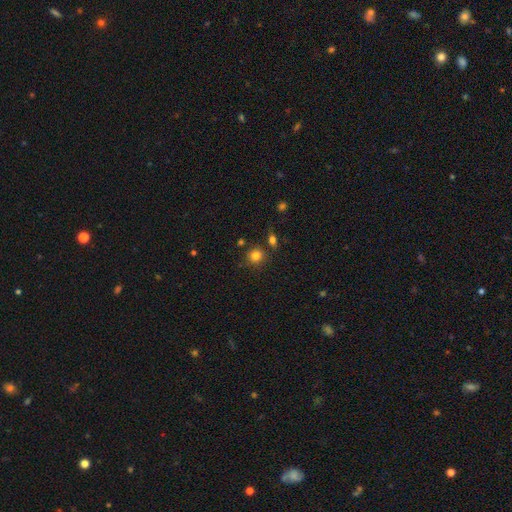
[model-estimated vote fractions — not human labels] smooth_or_featured: smooth (p=0.81) [alt: star or artifact p=0.12]
how_rounded: round (p=0.89) [alt: in between p=0.10]
merging: none (p=0.78) [alt: minor disturbance p=0.11]